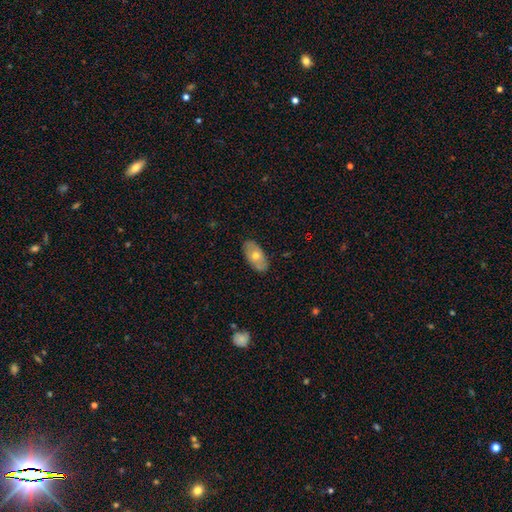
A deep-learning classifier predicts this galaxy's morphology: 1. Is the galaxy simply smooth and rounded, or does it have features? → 57% smooth, 37% featured or disk, 6% star or artifact.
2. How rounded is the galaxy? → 92% in between, 4% round, 4% cigar-shaped.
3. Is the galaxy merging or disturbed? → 86% none, 11% minor disturbance, 2% major disturbance, 1% merger.